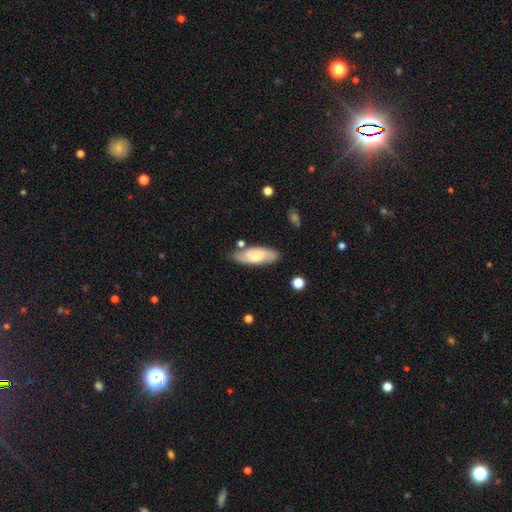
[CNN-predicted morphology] type=smooth (58%); roundness=in between (70%); merging=none (74%).